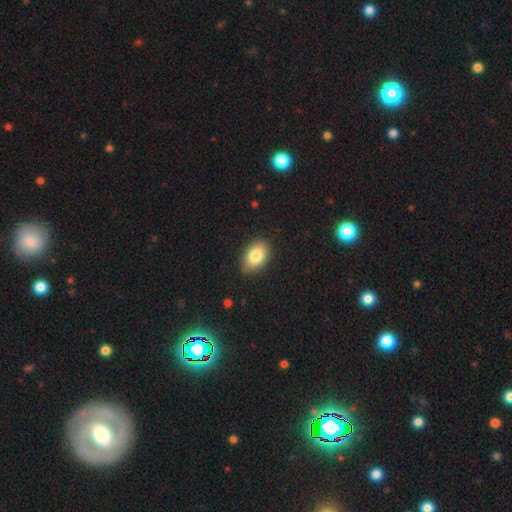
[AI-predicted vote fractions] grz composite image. It shows a smooth galaxy with no disk features (83%) that is in between round and cigar-shaped (87%). Merging: none (84%).